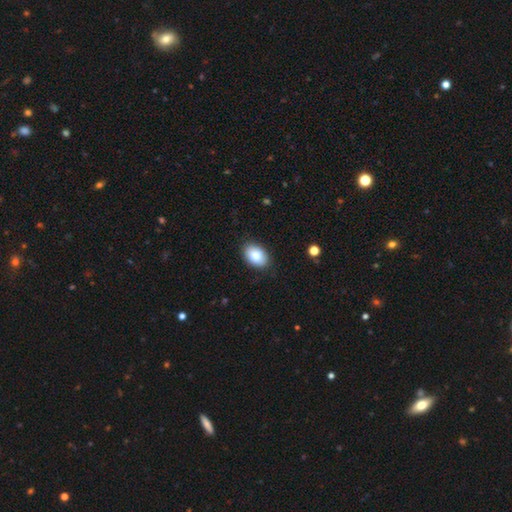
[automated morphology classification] Smooth or featured? smooth (85%)
How rounded? in between (87%)
Merging? none (88%)